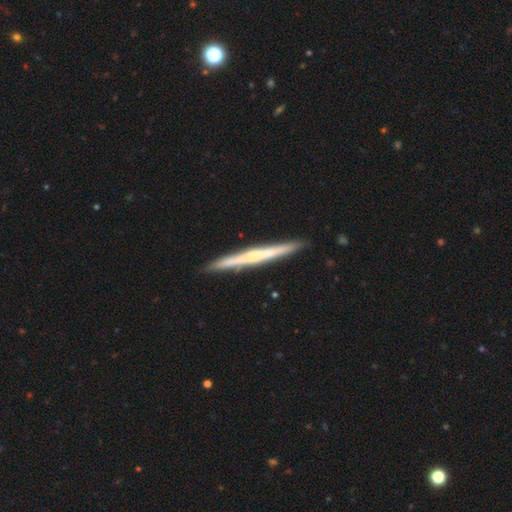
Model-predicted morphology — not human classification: Smooth or featured? featured or disk (62%)
Edge-on disk? yes (98%)
Edge-on bulge? none (66%)
Merging? none (92%)